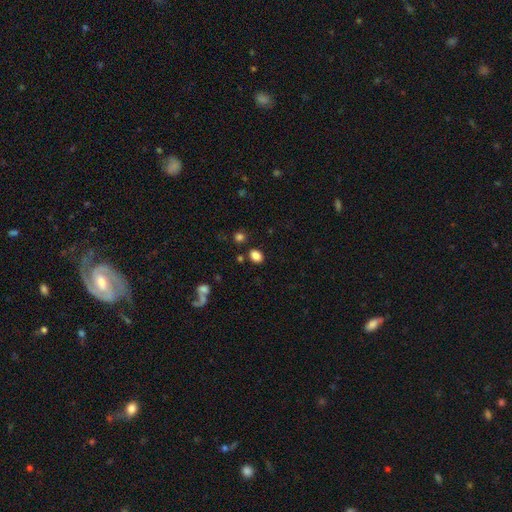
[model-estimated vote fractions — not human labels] A smooth galaxy with no disk features (85%) that is in between round and cigar-shaped (66%). Merging: none (81%).